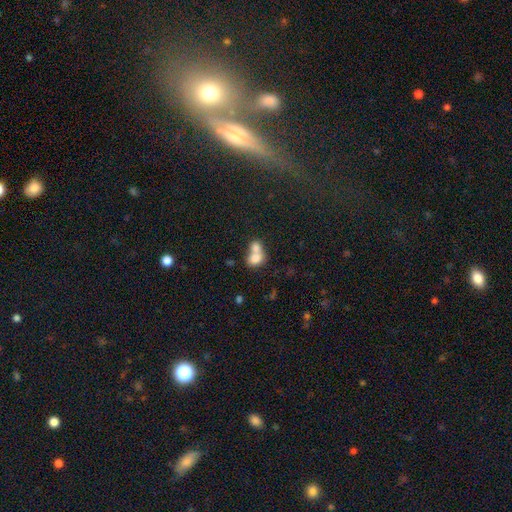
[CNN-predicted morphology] smooth 74%, featured or disk 16%, star or artifact 9%. Down the decision tree: how rounded — in between (56%); merging — merger (73%).